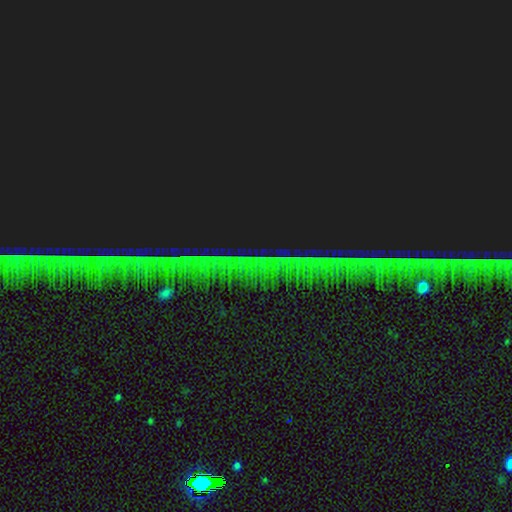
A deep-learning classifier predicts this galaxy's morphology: Smooth or featured? star or artifact (85%)